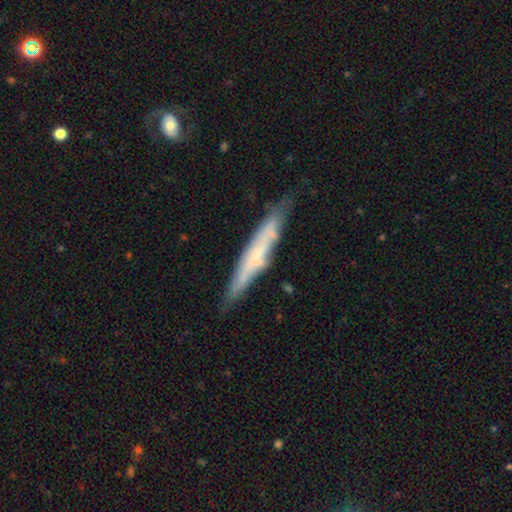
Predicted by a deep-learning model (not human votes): This is possibly a featured or disk galaxy (53%). It is clearly viewed edge-on (83%). Merging: likely none (74%).